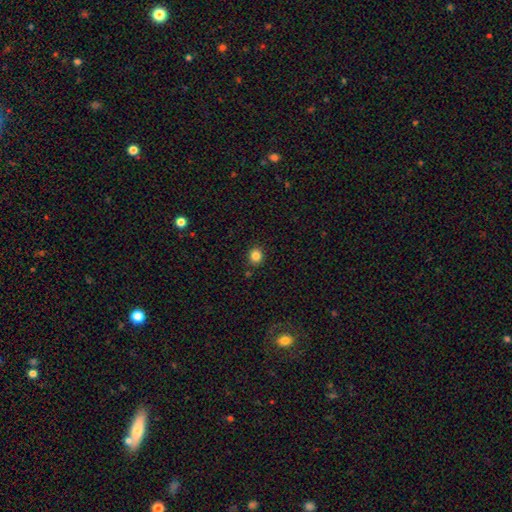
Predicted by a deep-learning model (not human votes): A smooth galaxy with no disk features (84%) that is round (83%). Merging: none (89%).